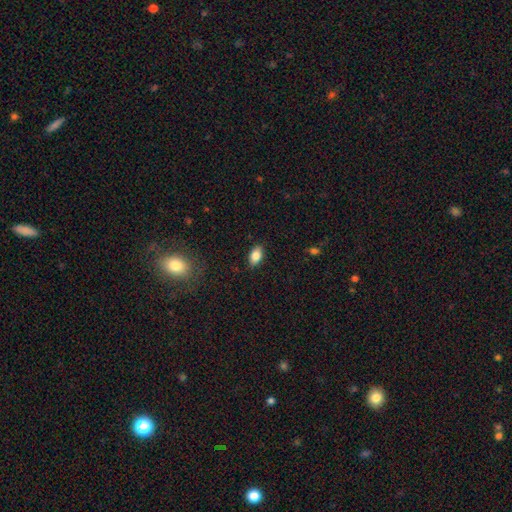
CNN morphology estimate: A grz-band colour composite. It shows a smooth galaxy with no disk features (83%) that is in between round and cigar-shaped (90%). Merging: none (87%).